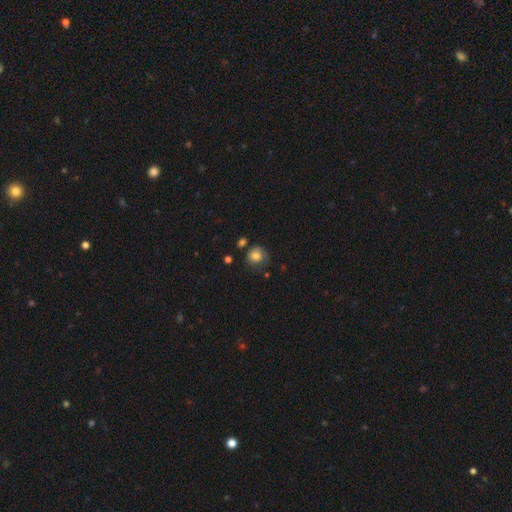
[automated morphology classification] Smooth or featured: smooth — 76% (featured or disk — 14%)
How rounded: round — 82% (in between — 17%)
Merging: none — 59% (minor disturbance — 26%)